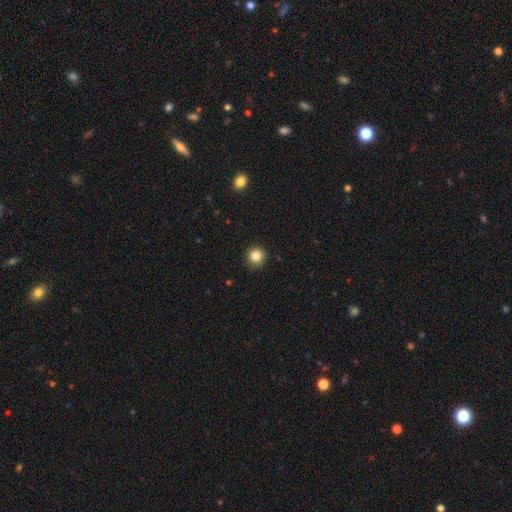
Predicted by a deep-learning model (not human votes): Morphology: type=smooth (84%); roundness=round (94%); merging=none (92%).